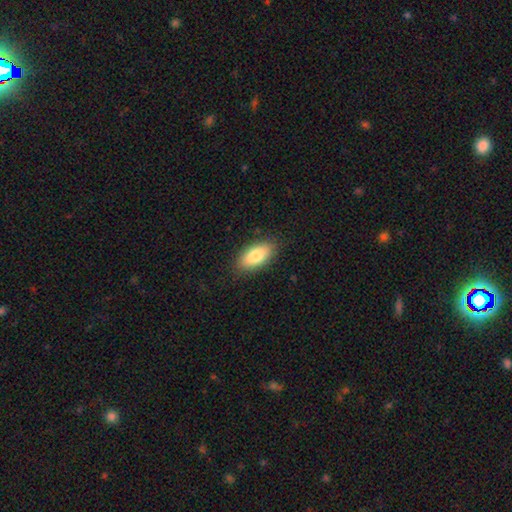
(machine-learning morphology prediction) Q: Smooth or featured?
A: smooth (82%); runner-up: featured or disk (11%)
Q: How rounded?
A: in between (90%); runner-up: cigar-shaped (7%)
Q: Merging?
A: none (87%); runner-up: minor disturbance (10%)